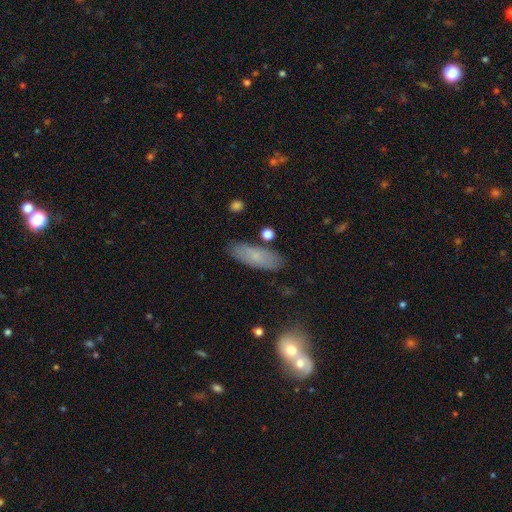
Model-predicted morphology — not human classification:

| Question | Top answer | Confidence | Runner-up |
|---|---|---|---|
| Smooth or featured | smooth | 75% | featured or disk (18%) |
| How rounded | in between | 66% | cigar-shaped (31%) |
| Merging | none | 83% | minor disturbance (12%) |